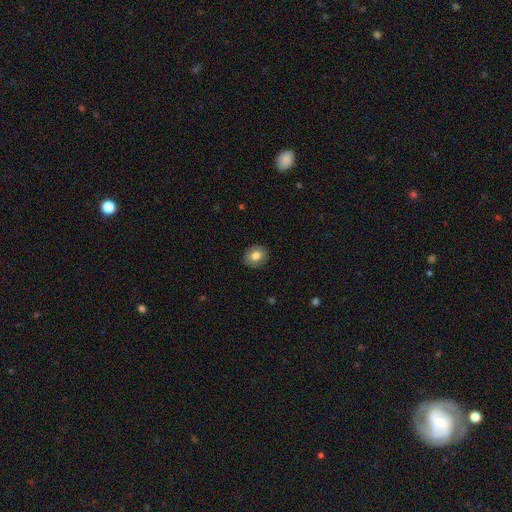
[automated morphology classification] Smooth or featured? smooth (78%)
How rounded? round (70%)
Merging? none (89%)